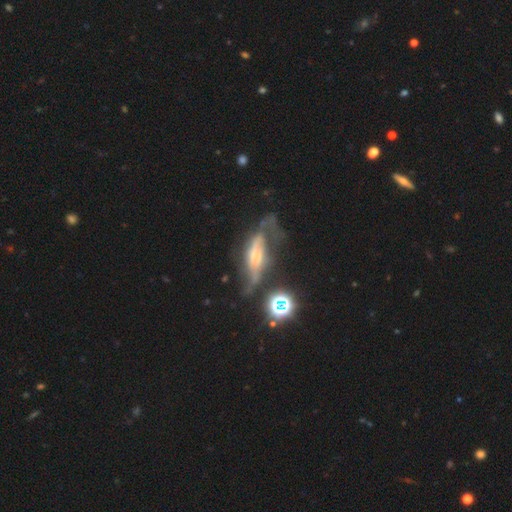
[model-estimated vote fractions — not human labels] Smooth or featured?
  - featured or disk: 65% *
  - smooth: 22%
  - star or artifact: 13%
Edge-on disk?
  - no: 60% *
  - yes: 40%
Merging?
  - major disturbance: 38% *
  - none: 29%
  - minor disturbance: 22%
  - merger: 10%